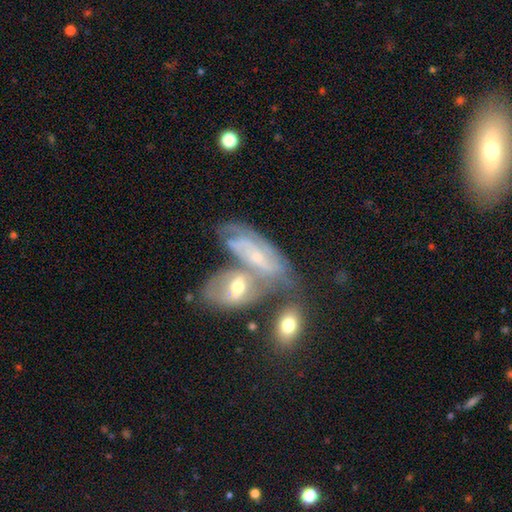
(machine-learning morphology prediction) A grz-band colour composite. It shows a featured or disk galaxy (70%) with no bar (53%), tight (51%) spiral arms (82%) and a small central bulge (63%). Merging: merger (40%).